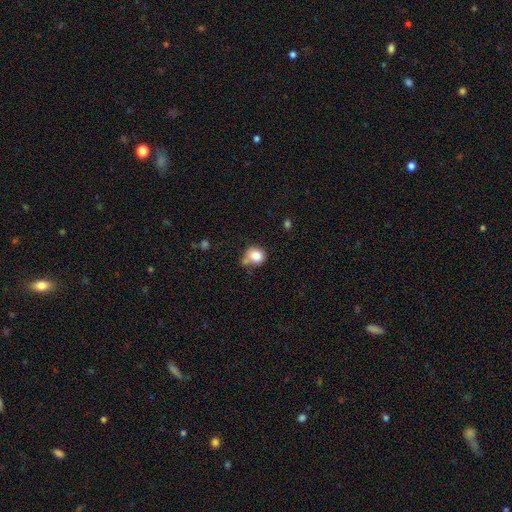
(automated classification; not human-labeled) A smooth galaxy with no disk features (83%) that is round (77%). Merging: none (49%).